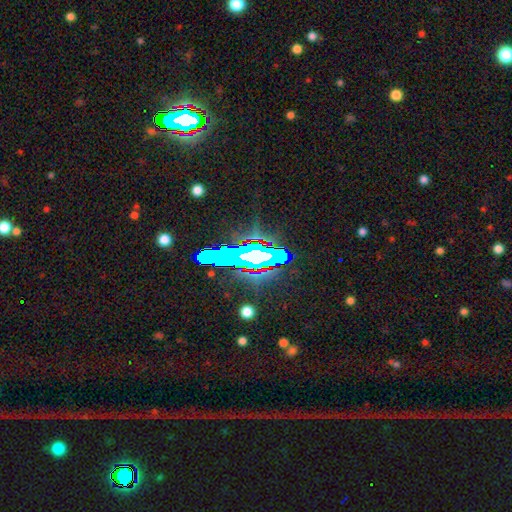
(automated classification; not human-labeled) Smooth or featured?
  - star or artifact: 65% *
  - featured or disk: 19%
  - smooth: 16%